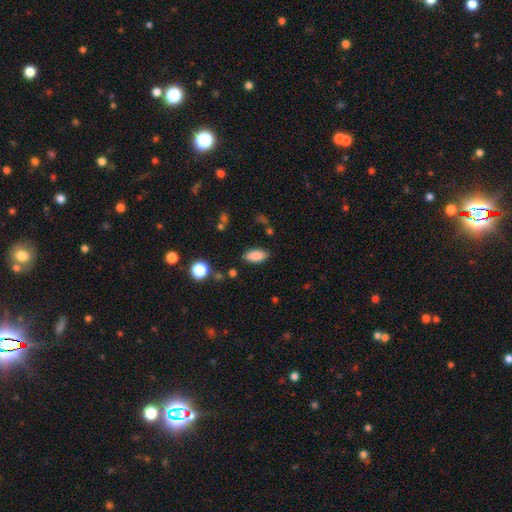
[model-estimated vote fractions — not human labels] This appears to be a smooth galaxy with no disk features (85%) that is in between round and cigar-shaped (89%). Merging: none (85%).